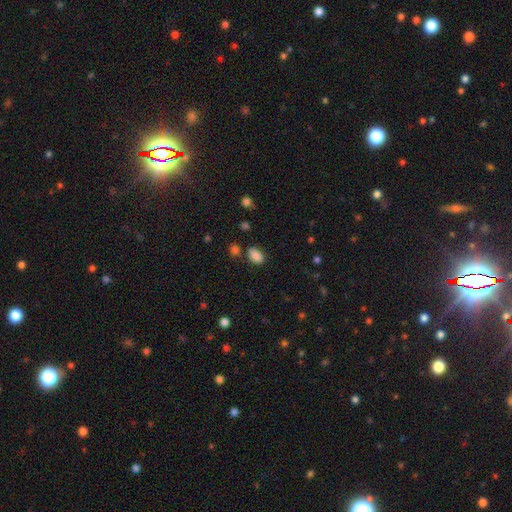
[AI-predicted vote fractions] The model was most divided on "merging": none: 76%, minor disturbance: 14%, merger: 6%, major disturbance: 4%. More confident: smooth or featured — smooth (85%); how rounded — in between (85%).